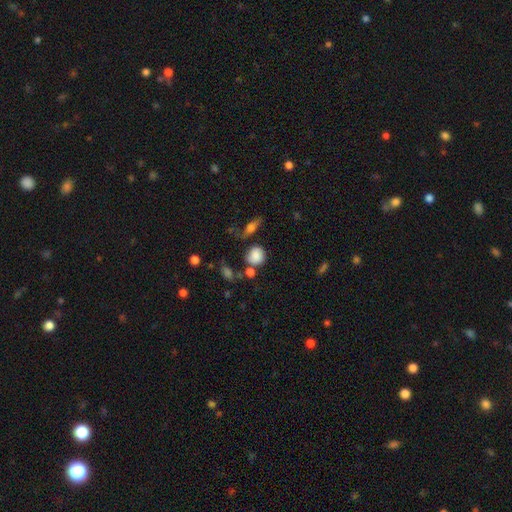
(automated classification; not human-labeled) This appears to be a smooth galaxy with no disk features (80%) that is round (79%). Merging: none (57%).